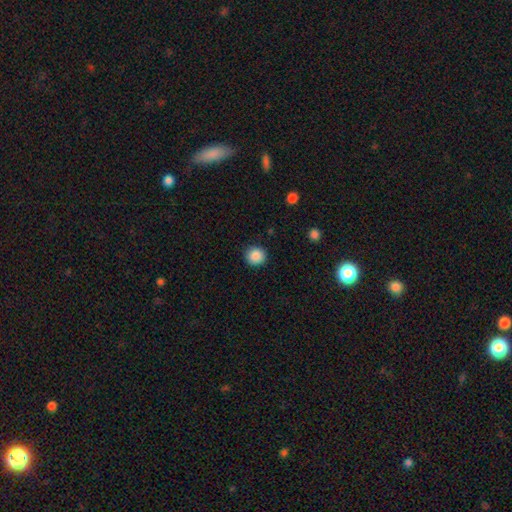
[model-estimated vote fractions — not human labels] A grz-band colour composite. It shows a smooth galaxy with no disk features (88%) that is round (92%). Merging: none (90%).